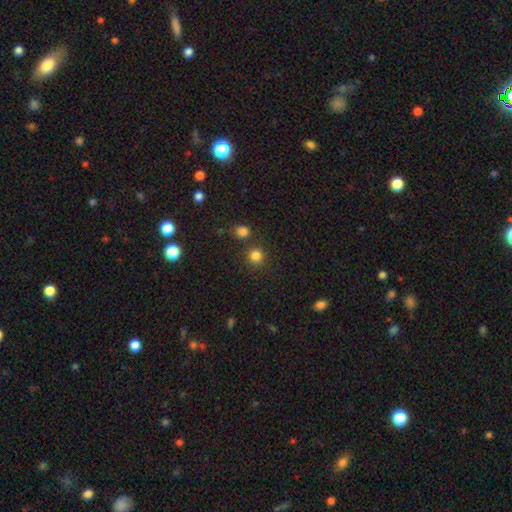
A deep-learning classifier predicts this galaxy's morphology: Smooth or featured? Predicted: smooth (p=0.81). How rounded? Predicted: round (p=0.92). Merging? Predicted: none (p=0.79).